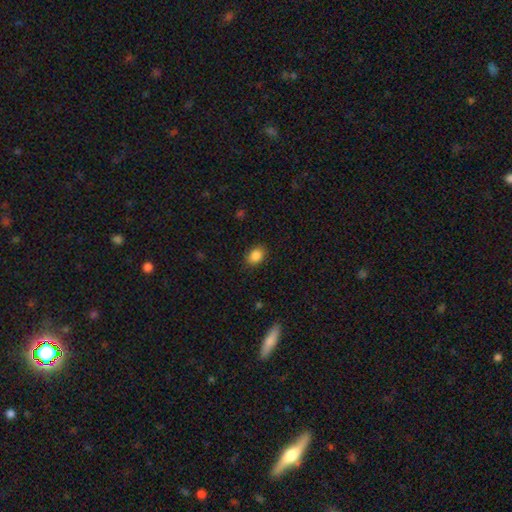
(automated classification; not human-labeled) This appears to be a smooth galaxy with no disk features (87%) that is in between round and cigar-shaped (63%). Merging: none (86%).